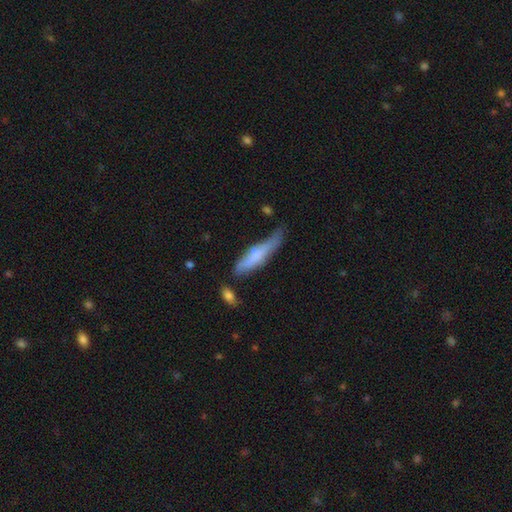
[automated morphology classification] A smooth galaxy with no disk features (63%) that is cigar-shaped (78%). Merging: none (39%).